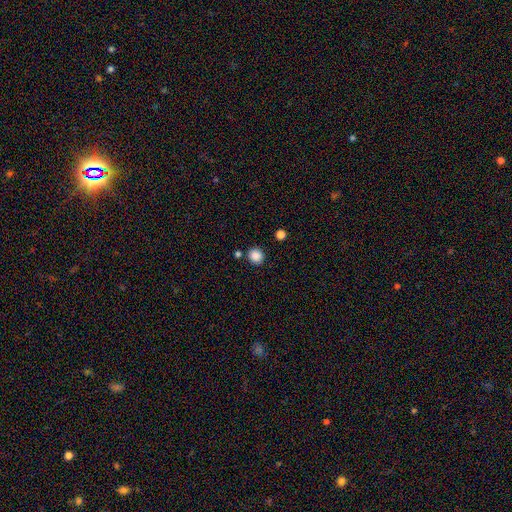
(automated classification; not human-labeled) Smooth or featured? smooth (86%)
How rounded? round (89%)
Merging? none (84%)